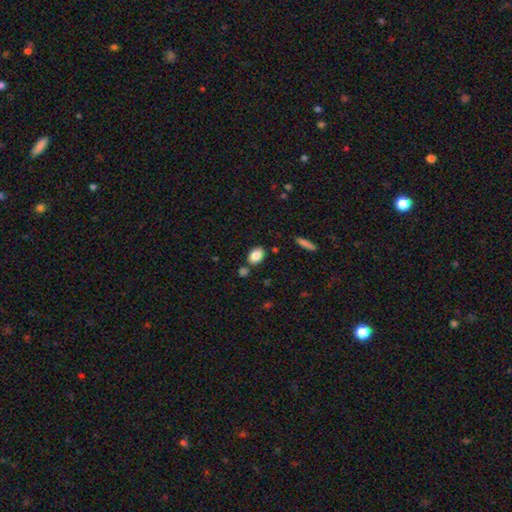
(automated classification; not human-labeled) Smooth or featured? smooth (86%)
How rounded? in between (84%)
Merging? none (79%)